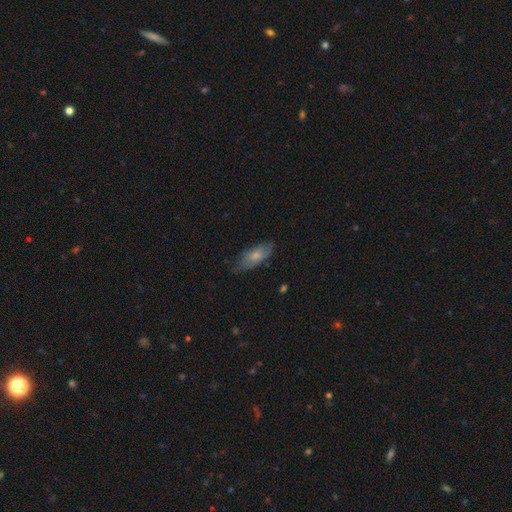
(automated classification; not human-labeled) Morphology: type=smooth (63%); roundness=in between (80%); merging=none (62%).